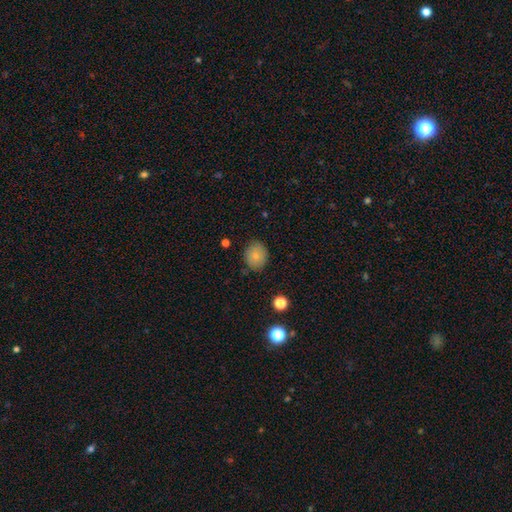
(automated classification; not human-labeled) smooth_or_featured: smooth (p=0.81) [alt: star or artifact p=0.10]
how_rounded: round (p=0.72) [alt: in between p=0.27]
merging: none (p=0.83) [alt: minor disturbance p=0.12]